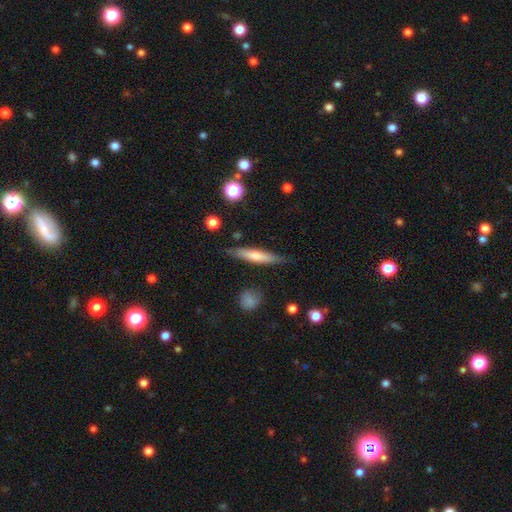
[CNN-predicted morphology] smooth_or_featured: smooth (p=0.59) [alt: featured or disk p=0.34]
how_rounded: cigar-shaped (p=0.87) [alt: in between p=0.11]
merging: none (p=0.82) [alt: minor disturbance p=0.13]